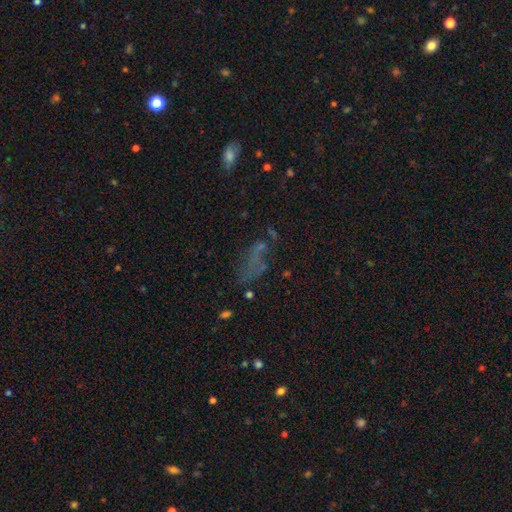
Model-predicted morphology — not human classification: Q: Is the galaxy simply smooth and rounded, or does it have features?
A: smooth — 38%.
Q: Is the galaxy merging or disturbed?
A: none — 46%.